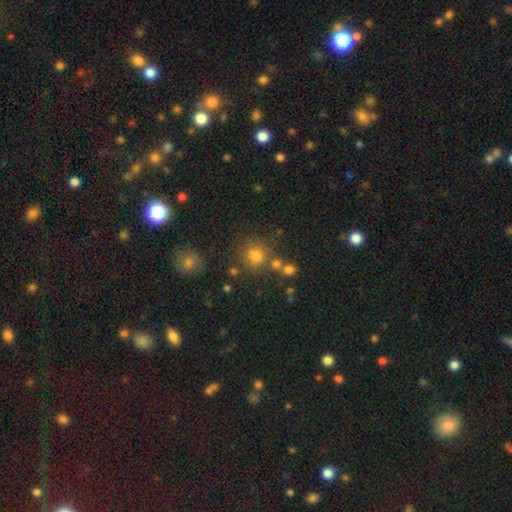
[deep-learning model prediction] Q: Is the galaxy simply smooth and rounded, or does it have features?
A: smooth — 75%.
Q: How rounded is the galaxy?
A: round — 85%.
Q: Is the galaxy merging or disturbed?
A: none — 67%.